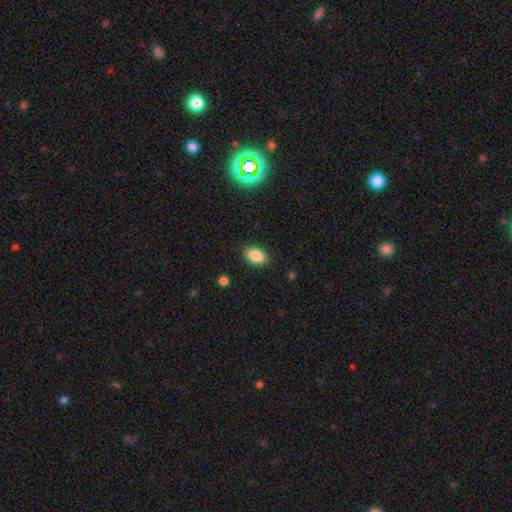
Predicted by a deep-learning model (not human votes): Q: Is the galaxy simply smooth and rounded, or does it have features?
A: smooth — 86%.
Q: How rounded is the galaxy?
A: in between — 90%.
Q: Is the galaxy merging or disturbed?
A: none — 88%.